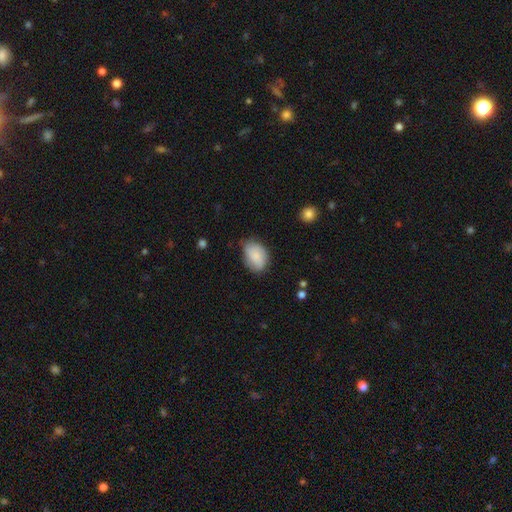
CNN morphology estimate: Smooth or featured? Predicted: smooth (p=0.78). How rounded? Predicted: in between (p=0.80). Merging? Predicted: none (p=0.55).